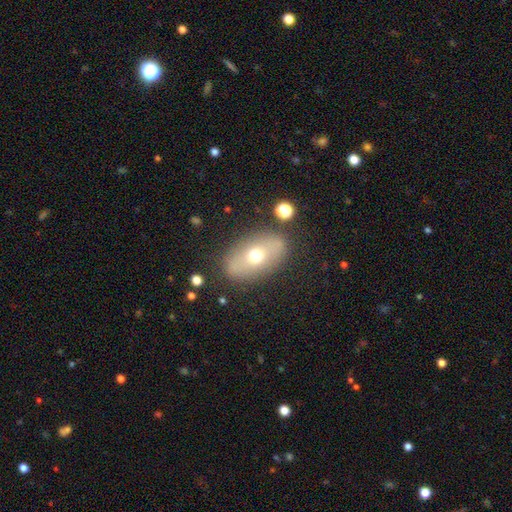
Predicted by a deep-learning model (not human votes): smooth 58%, featured or disk 32%, star or artifact 10%. Down the decision tree: how rounded — in between (86%); merging — none (81%).